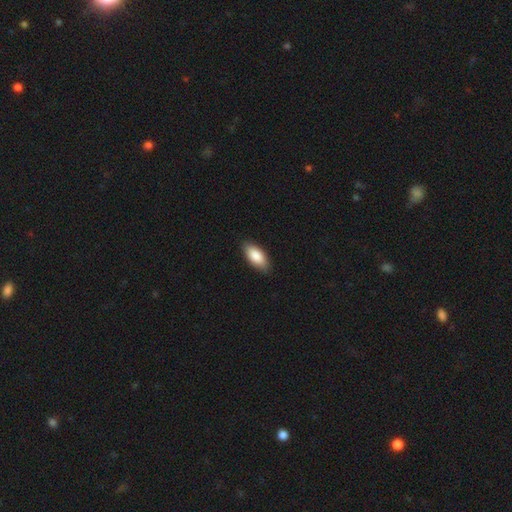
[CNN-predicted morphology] The model was most divided on "merging": none: 86%, minor disturbance: 11%, major disturbance: 2%, merger: 1%. More confident: how rounded — in between (89%); smooth or featured — smooth (86%).